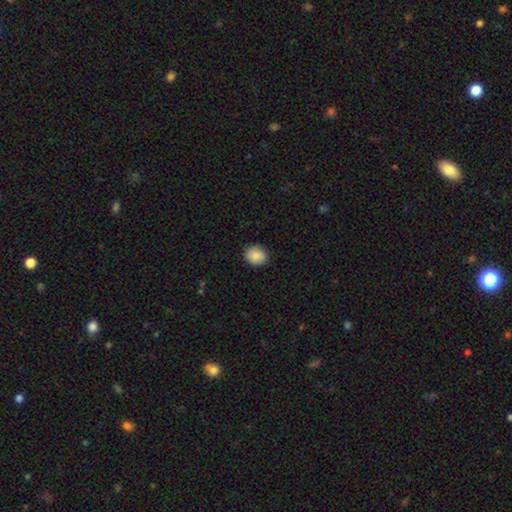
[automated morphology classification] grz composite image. It shows a smooth galaxy with no disk features (88%) that is round (74%). Merging: none (90%).